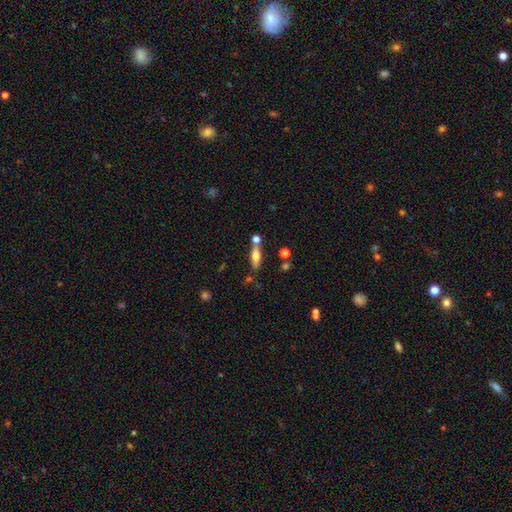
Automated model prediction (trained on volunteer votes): The model was most divided on "how rounded": cigar-shaped: 55%, in between: 41%, round: 4%. More confident: merging — none (63%); smooth or featured — smooth (55%).